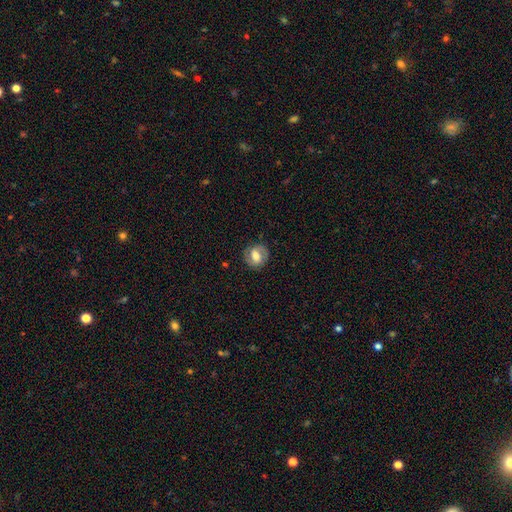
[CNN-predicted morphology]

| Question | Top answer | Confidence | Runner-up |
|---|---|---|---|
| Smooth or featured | featured or disk | 51% | smooth (42%) |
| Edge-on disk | no | 96% | yes (4%) |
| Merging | none | 83% | minor disturbance (12%) |